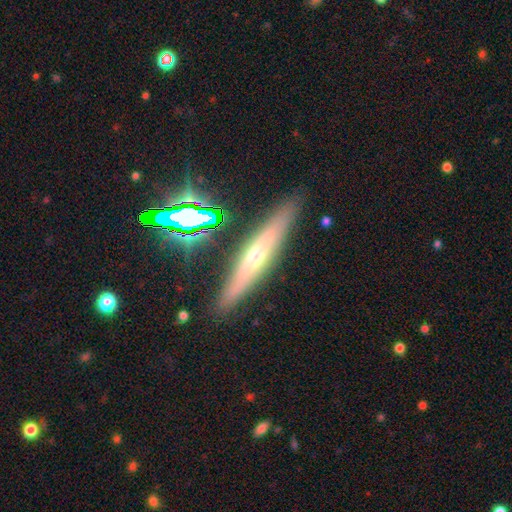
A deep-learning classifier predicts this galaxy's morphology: Smooth or featured?
  - featured or disk: 56% *
  - smooth: 30%
  - star or artifact: 13%
Edge-on disk?
  - yes: 89% *
  - no: 11%
Edge-on bulge?
  - rounded: 74% *
  - none: 20%
  - boxy: 7%
Merging?
  - none: 86% *
  - minor disturbance: 9%
  - merger: 2%
  - major disturbance: 2%